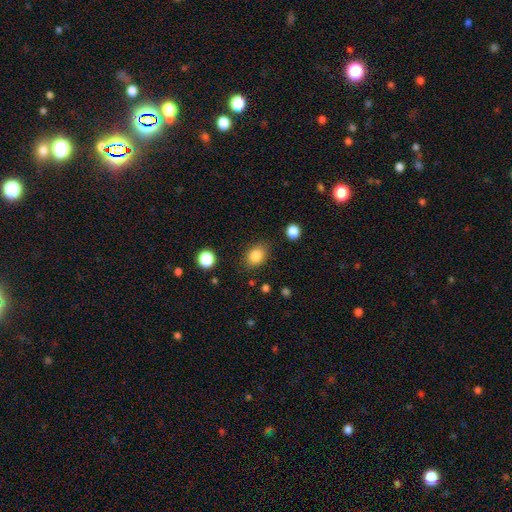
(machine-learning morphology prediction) Smooth or featured: smooth — 84% (star or artifact — 10%)
How rounded: in between — 64% (round — 35%)
Merging: none — 82% (minor disturbance — 12%)